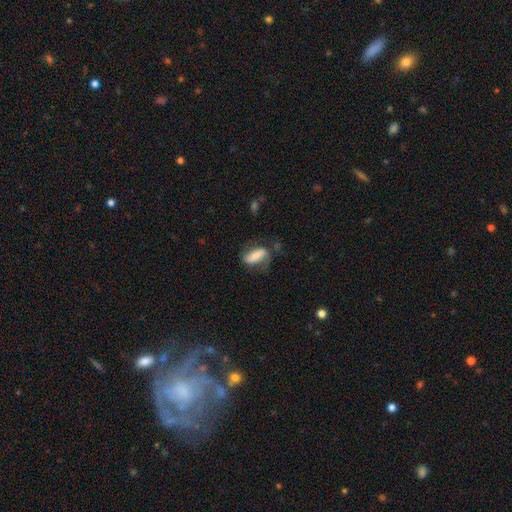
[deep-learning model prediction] Smooth or featured? Predicted: smooth (p=0.49). Merging? Predicted: none (p=0.53).